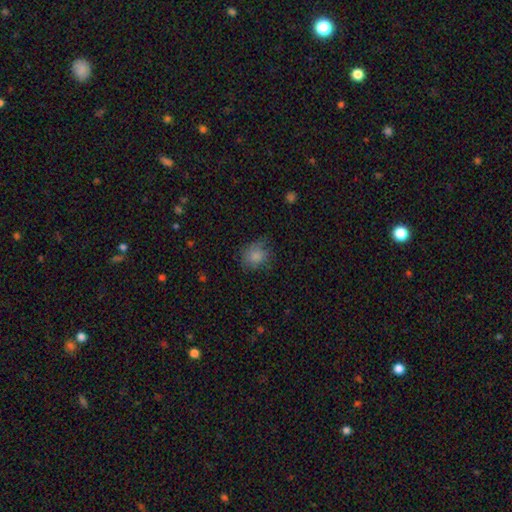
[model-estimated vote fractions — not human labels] Overall: smooth (82%). How rounded: round (66%; in between 33%). Merging: none (64%; minor disturbance 25%).